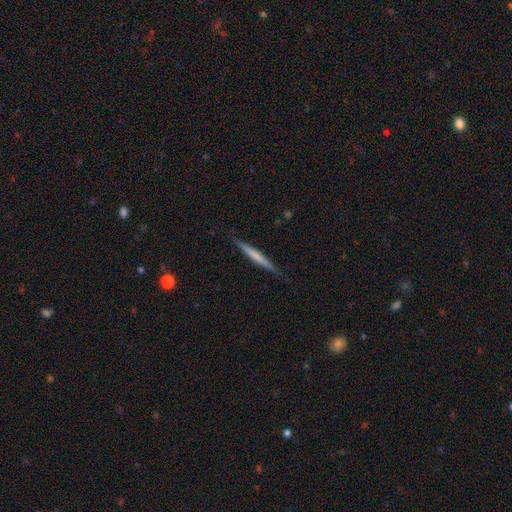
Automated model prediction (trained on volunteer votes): Morphology: type=smooth (49%); merging=none (88%).